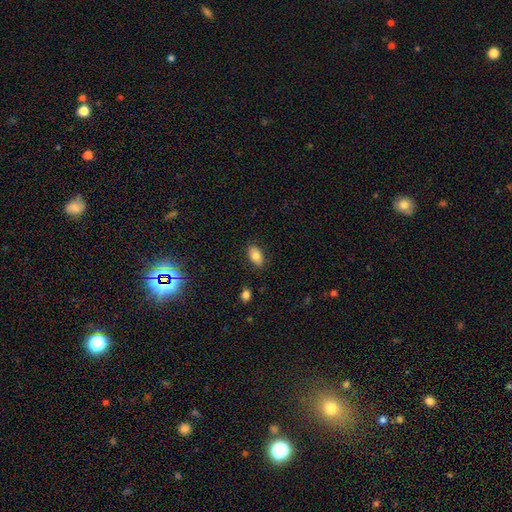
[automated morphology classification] Smooth or featured? smooth (82%)
How rounded? in between (92%)
Merging? none (86%)